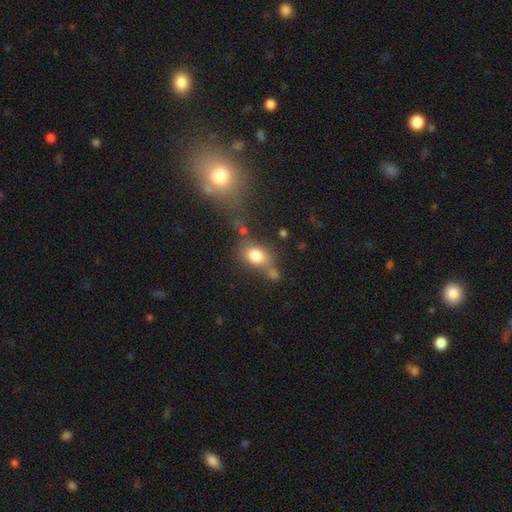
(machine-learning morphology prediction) The model was most divided on "merging": none: 47%, merger: 23%, minor disturbance: 19%, major disturbance: 11%. More confident: smooth or featured — smooth (77%); how rounded — in between (66%).